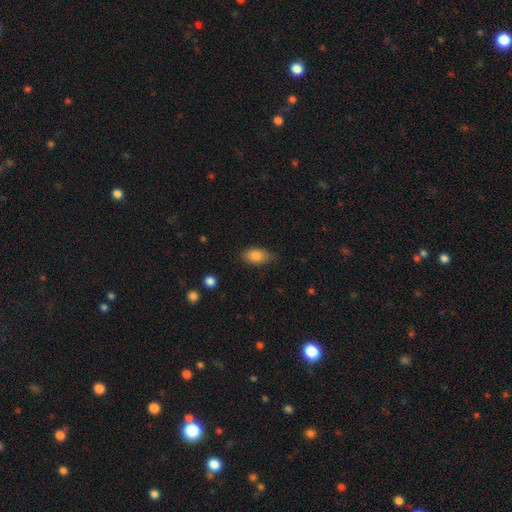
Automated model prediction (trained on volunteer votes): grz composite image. It shows a smooth galaxy with no disk features (84%) that is in between round and cigar-shaped (89%). Merging: none (77%).